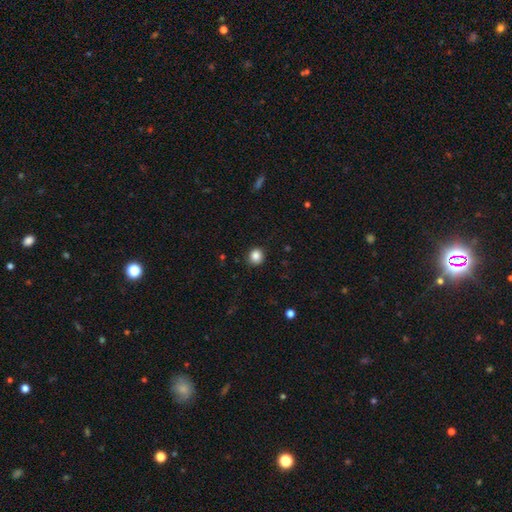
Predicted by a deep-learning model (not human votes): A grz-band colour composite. It shows a smooth galaxy with no disk features (86%) that is round (86%). Merging: none (90%).